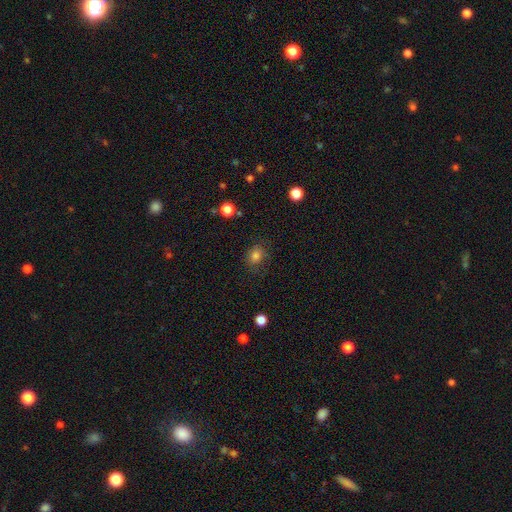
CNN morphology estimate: A smooth galaxy with no disk features (81%) that is round (59%). Merging: none (77%).